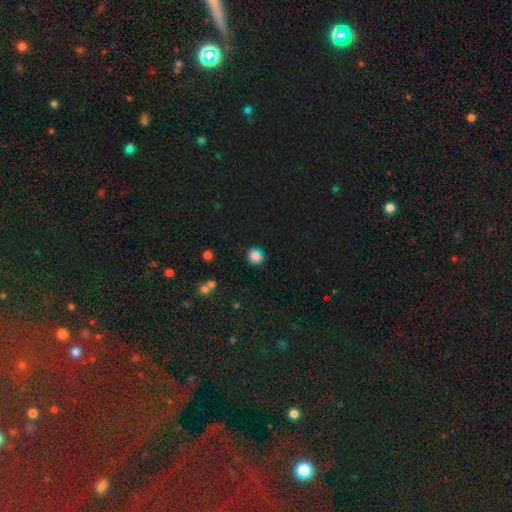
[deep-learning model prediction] smooth-or-featured: smooth: 75% | star or artifact: 20% | featured or disk: 6%
  how-rounded: round: 72% | in between: 26% | cigar-shaped: 1%
  merging: none: 73% | minor disturbance: 16% | merger: 6% | major disturbance: 4%